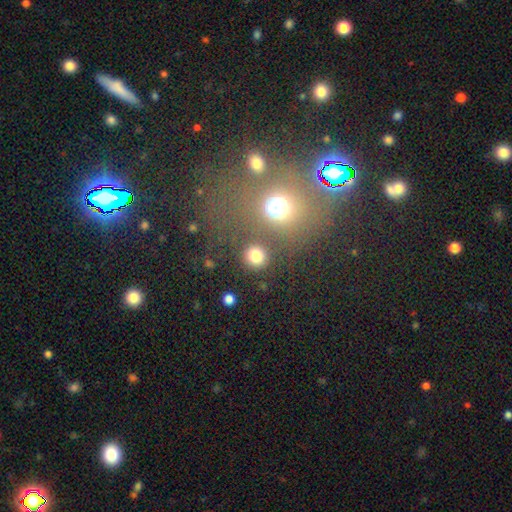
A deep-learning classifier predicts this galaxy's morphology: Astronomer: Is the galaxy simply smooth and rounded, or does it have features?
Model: smooth — 76%.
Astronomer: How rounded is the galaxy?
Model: round — 91%.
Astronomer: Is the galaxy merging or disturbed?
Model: none — 82%.